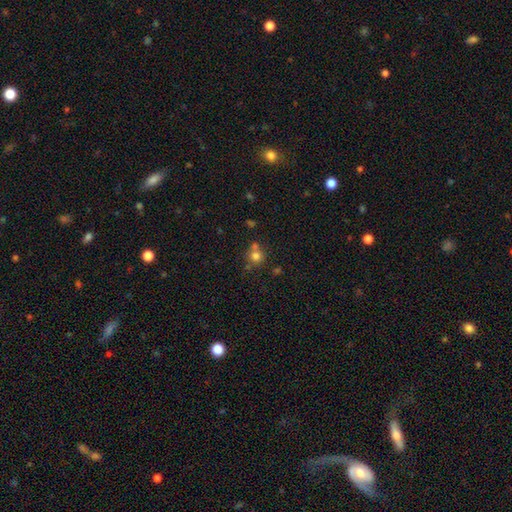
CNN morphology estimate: Smooth or featured?
  - smooth: 76% *
  - star or artifact: 14%
  - featured or disk: 10%
How rounded?
  - round: 88% *
  - in between: 11%
  - cigar-shaped: 1%
Merging?
  - none: 56% *
  - merger: 31%
  - minor disturbance: 10%
  - major disturbance: 4%